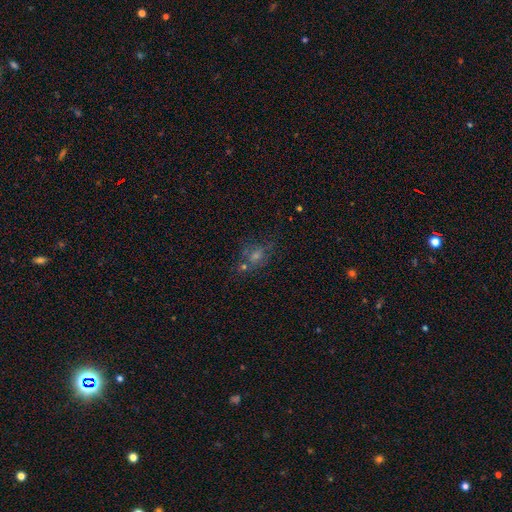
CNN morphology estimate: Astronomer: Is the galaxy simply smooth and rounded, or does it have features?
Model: star or artifact — 39% (runner-up: smooth, 34%).